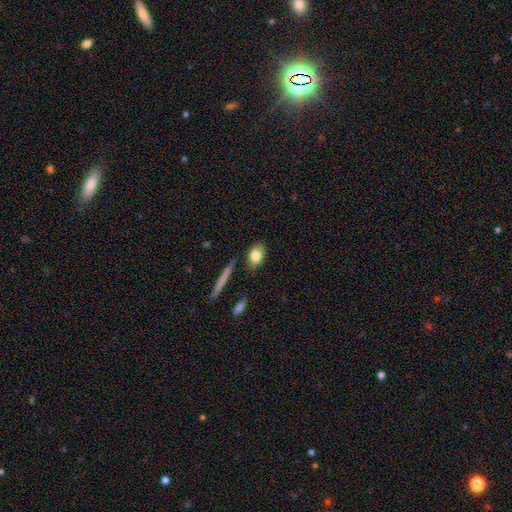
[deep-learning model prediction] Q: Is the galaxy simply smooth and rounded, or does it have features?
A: smooth — 80%.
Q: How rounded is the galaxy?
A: in between — 81%.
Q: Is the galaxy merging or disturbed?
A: none — 76%.